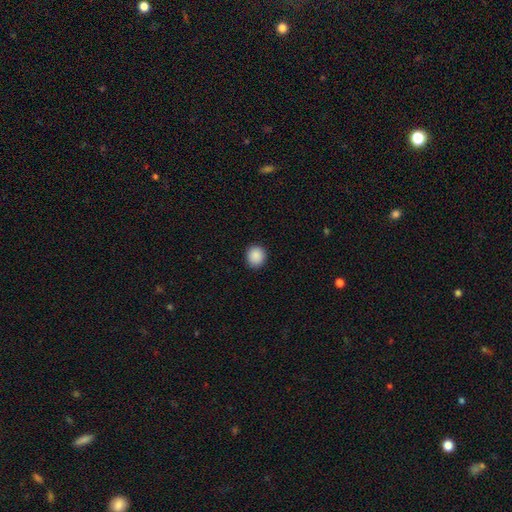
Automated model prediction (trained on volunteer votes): A smooth galaxy with no disk features (89%) that is round (85%). Merging: none (91%).